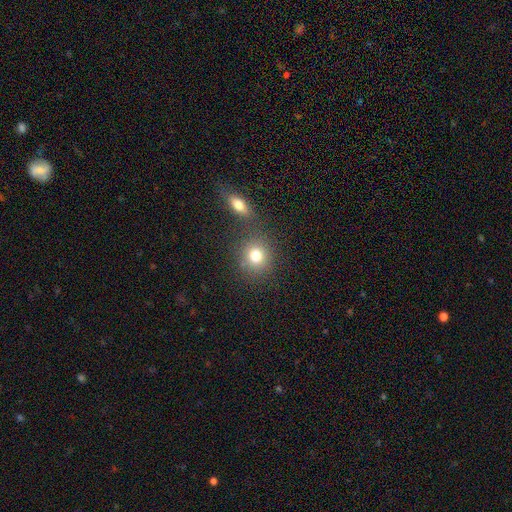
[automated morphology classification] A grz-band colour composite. It shows a smooth galaxy with no disk features (79%) that is round (82%). Merging: none (71%).